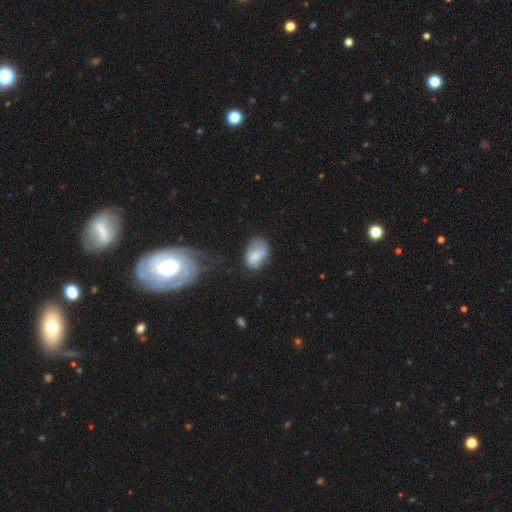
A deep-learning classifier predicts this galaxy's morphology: type=smooth (75%); roundness=in between (79%); merging=none (51%).